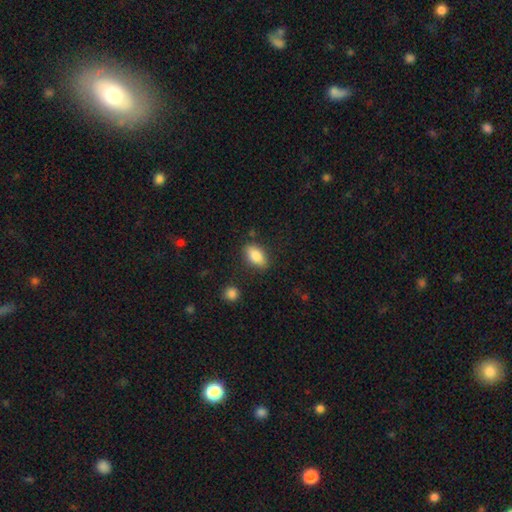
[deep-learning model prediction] Morphology: type=smooth (85%); roundness=in between (89%); merging=none (82%).